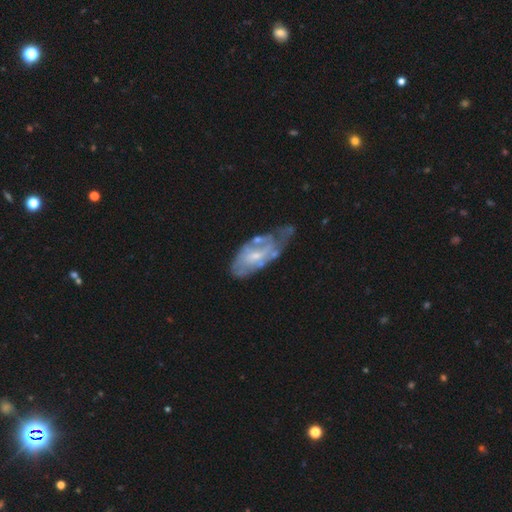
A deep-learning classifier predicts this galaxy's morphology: type=featured or disk (70%); edge-on=no (93%); bar=no (56%); spiral arms=yes (60%); bulge=small (62%); merging=minor disturbance (33%, tied with none).